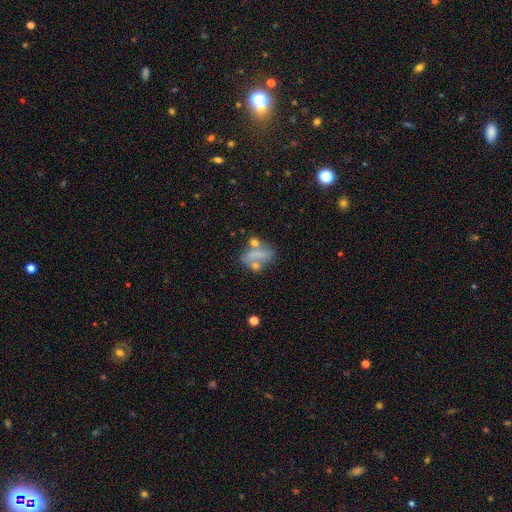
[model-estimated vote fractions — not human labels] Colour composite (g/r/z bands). It shows a smooth galaxy with no disk features (55%) that is in between round and cigar-shaped (73%). Merging: none (39%).